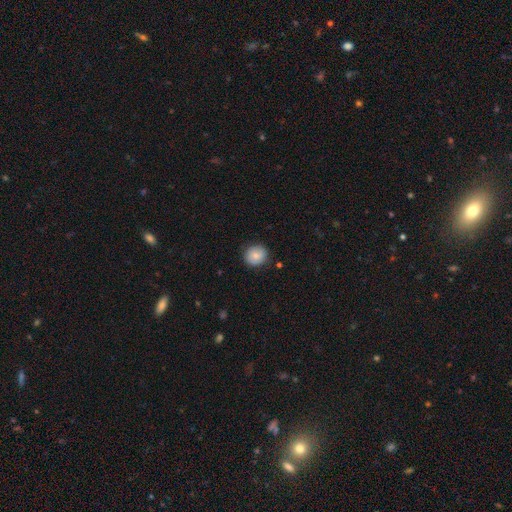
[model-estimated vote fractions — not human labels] Smooth or featured: smooth — 77% (featured or disk — 15%)
How rounded: round — 88% (in between — 11%)
Merging: none — 85% (minor disturbance — 12%)